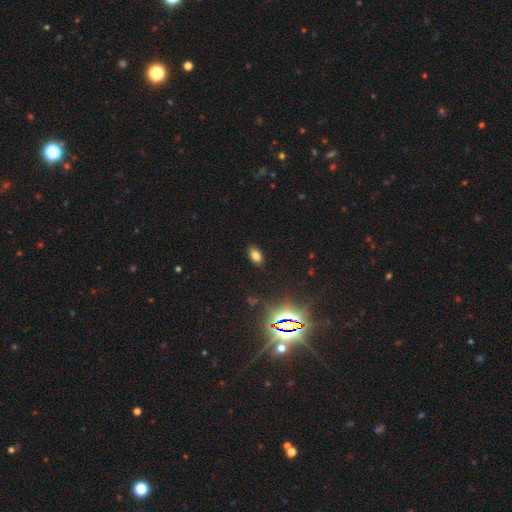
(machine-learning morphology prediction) smooth_or_featured: smooth (p=0.74) [alt: star or artifact p=0.19]
how_rounded: in between (p=0.90) [alt: round p=0.07]
merging: none (p=0.88) [alt: minor disturbance p=0.09]